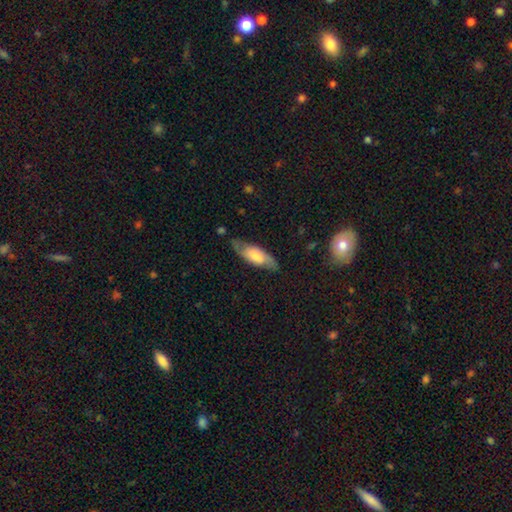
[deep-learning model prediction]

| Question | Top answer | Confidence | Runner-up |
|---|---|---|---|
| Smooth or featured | smooth | 51% | featured or disk (43%) |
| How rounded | in between | 70% | cigar-shaped (27%) |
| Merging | none | 72% | minor disturbance (20%) |